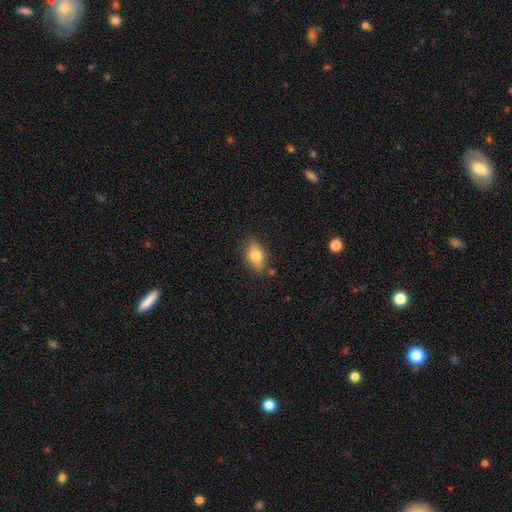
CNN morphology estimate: The model was most divided on "smooth or featured": smooth: 77%, featured or disk: 14%, star or artifact: 8%. More confident: how rounded — in between (84%); merging — none (80%).